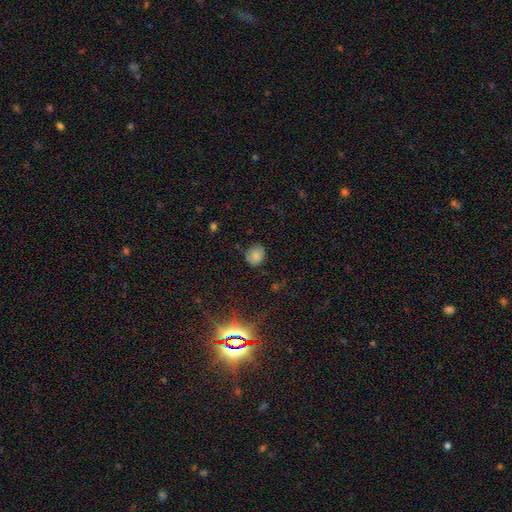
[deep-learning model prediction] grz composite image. It shows a smooth galaxy with no disk features (80%) that is round (65%). Merging: none (73%).